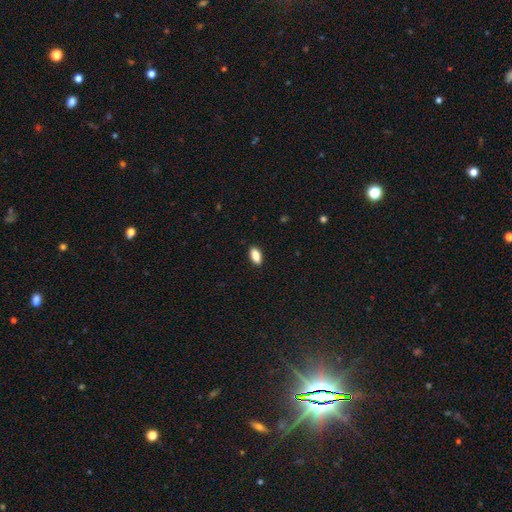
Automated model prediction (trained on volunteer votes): A smooth galaxy with no disk features (87%) that is in between round and cigar-shaped (90%).

Vote fractions:
- Smooth or featured? smooth: 87% / star or artifact: 8% / featured or disk: 6%
- How rounded? in between: 90% / cigar-shaped: 6% / round: 4%
- Merging? none: 90% / minor disturbance: 8% / major disturbance: 2% / merger: 1%